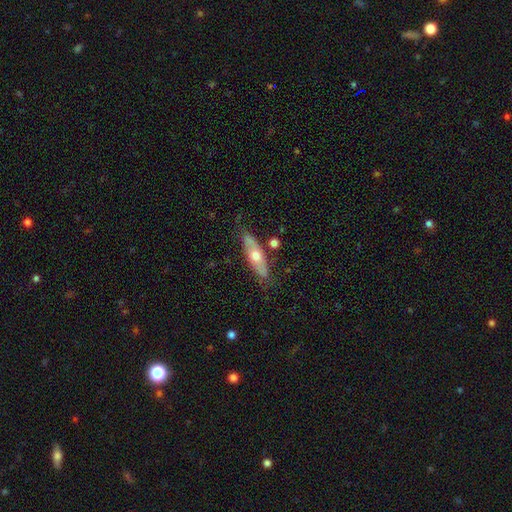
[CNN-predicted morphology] featured or disk 50%, smooth 44%, star or artifact 6%. Down the decision tree: merging — none (77%).